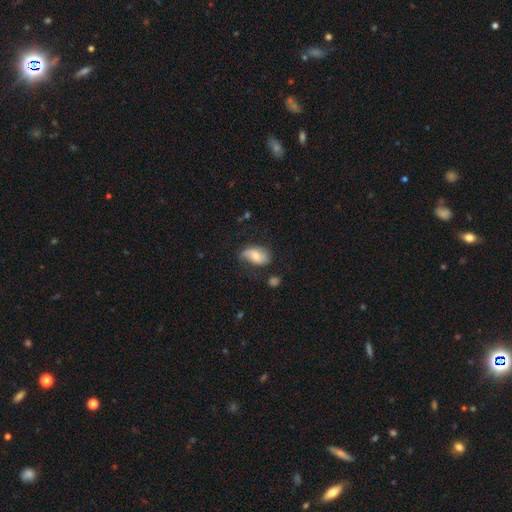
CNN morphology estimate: The model was most divided on "smooth or featured": smooth: 60%, featured or disk: 33%, star or artifact: 7%. More confident: how rounded — in between (91%); merging — none (57%).